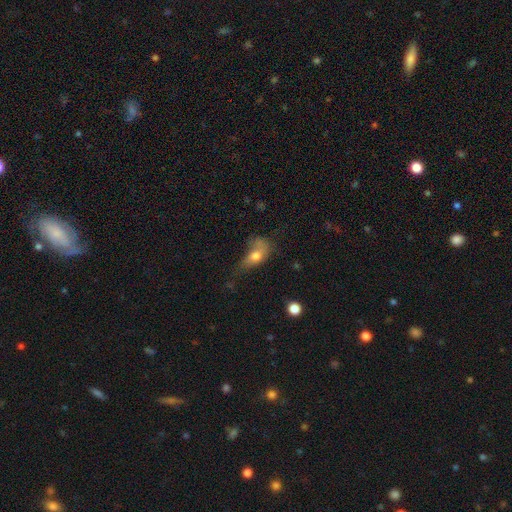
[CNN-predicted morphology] Smooth or featured: smooth — 67% (featured or disk — 23%)
How rounded: in between — 78% (round — 14%)
Merging: major disturbance — 41% (minor disturbance — 29%)